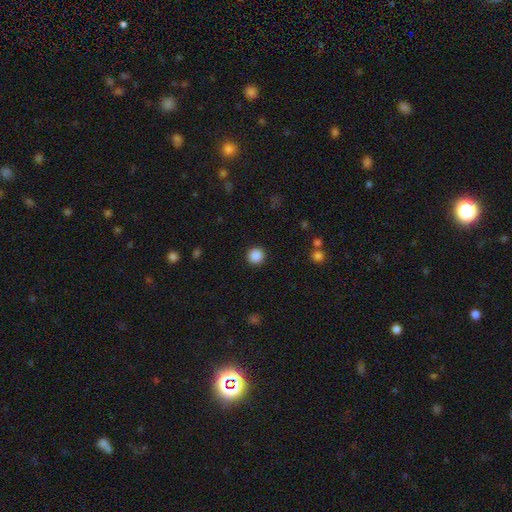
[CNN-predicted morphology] Smooth or featured?
  - smooth: 88% *
  - star or artifact: 10%
  - featured or disk: 2%
How rounded?
  - round: 95% *
  - in between: 4%
  - cigar-shaped: 1%
Merging?
  - none: 92% *
  - minor disturbance: 5%
  - major disturbance: 2%
  - merger: 1%